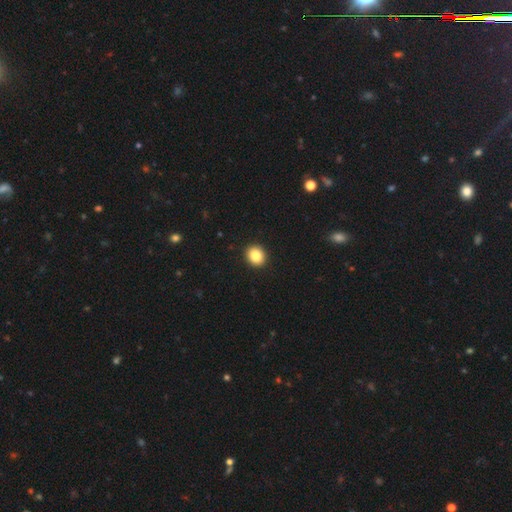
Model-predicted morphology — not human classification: Q: Smooth or featured?
A: smooth (87%); runner-up: star or artifact (9%)
Q: How rounded?
A: round (74%); runner-up: in between (25%)
Q: Merging?
A: none (92%); runner-up: minor disturbance (5%)